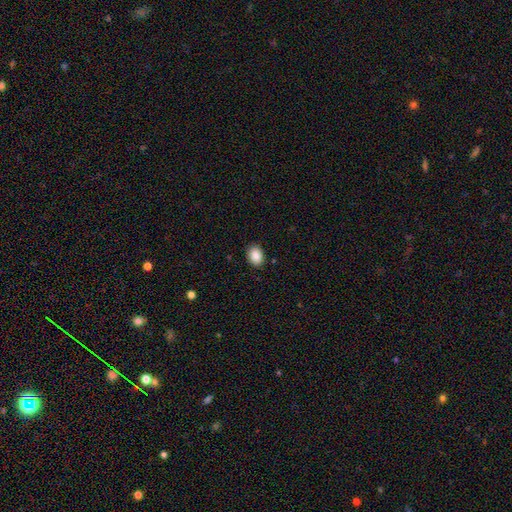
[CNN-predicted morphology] This is clearly a smooth galaxy (88%). How rounded: likely in between (68%). Merging: clearly none (89%).